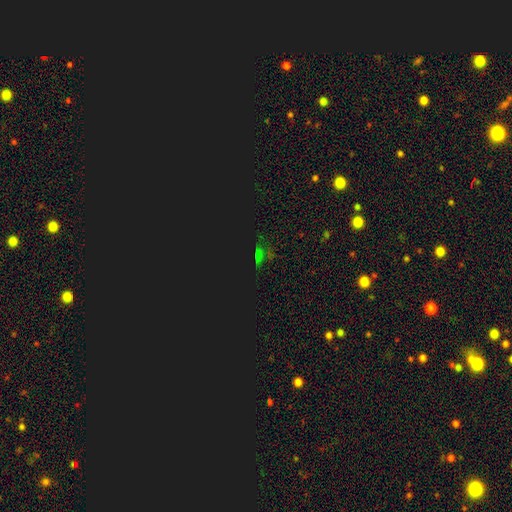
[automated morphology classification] smooth-or-featured: star or artifact: 72% | smooth: 19% | featured or disk: 9%